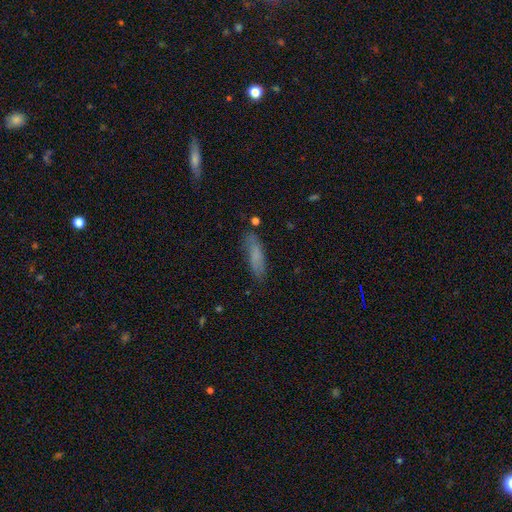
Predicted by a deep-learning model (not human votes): smooth-or-featured: smooth: 73% | featured or disk: 19% | star or artifact: 8%
  how-rounded: cigar-shaped: 71% | in between: 27% | round: 2%
  merging: none: 74% | minor disturbance: 18% | major disturbance: 5% | merger: 3%